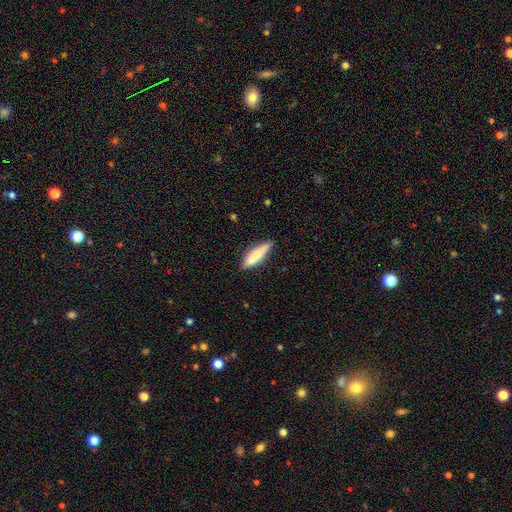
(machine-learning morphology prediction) Smooth or featured?
  - smooth: 69% *
  - featured or disk: 24%
  - star or artifact: 6%
How rounded?
  - cigar-shaped: 76% *
  - in between: 22%
  - round: 2%
Merging?
  - none: 74% *
  - minor disturbance: 18%
  - merger: 4%
  - major disturbance: 4%